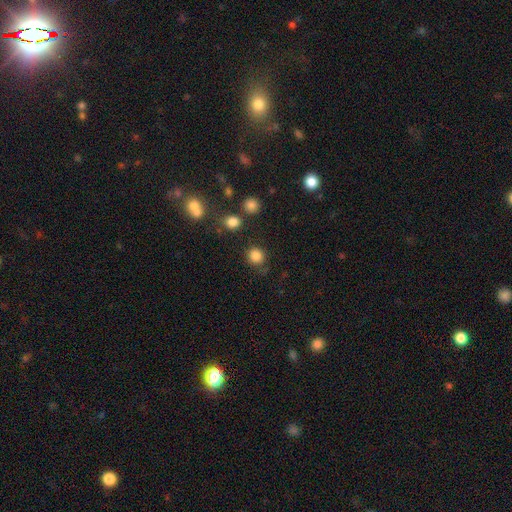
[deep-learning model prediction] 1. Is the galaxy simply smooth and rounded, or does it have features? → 84% smooth, 12% star or artifact, 4% featured or disk.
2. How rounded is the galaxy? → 88% round, 11% in between, 1% cigar-shaped.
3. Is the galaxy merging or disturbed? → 81% none, 11% minor disturbance, 4% major disturbance, 4% merger.